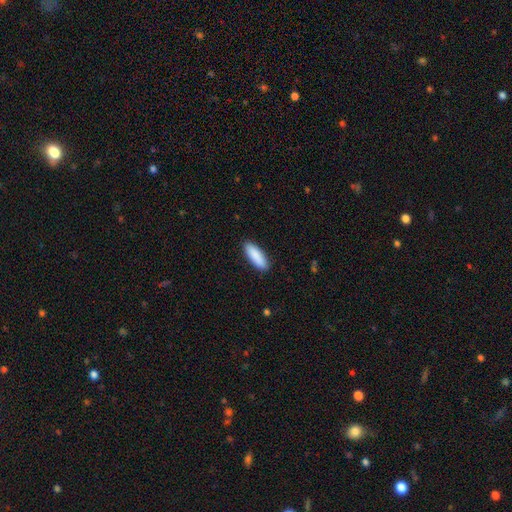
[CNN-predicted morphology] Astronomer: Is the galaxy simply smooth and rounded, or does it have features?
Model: smooth — 90%.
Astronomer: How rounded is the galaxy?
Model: in between — 60% (runner-up: cigar-shaped, 38%).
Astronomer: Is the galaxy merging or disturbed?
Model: none — 90%.